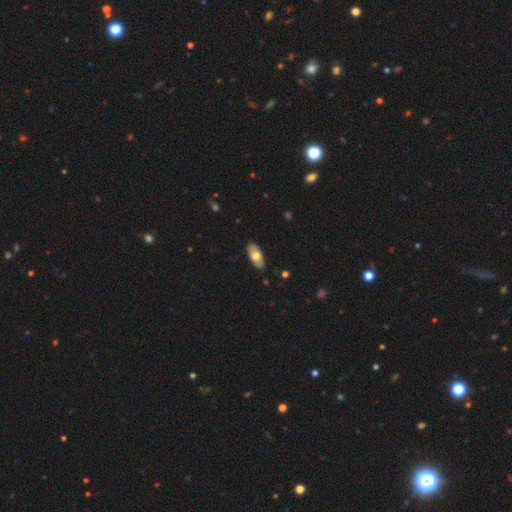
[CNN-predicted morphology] smooth-or-featured: smooth: 63% | featured or disk: 32% | star or artifact: 5%
  how-rounded: in between: 87% | cigar-shaped: 10% | round: 3%
  merging: none: 87% | minor disturbance: 11% | major disturbance: 2% | merger: 1%